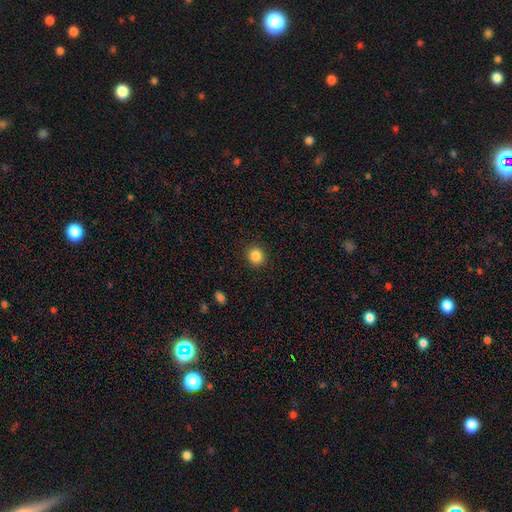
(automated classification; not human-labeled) A smooth galaxy with no disk features (86%) that is round (87%).

Vote fractions:
- Smooth or featured? smooth: 86% / star or artifact: 11% / featured or disk: 4%
- How rounded? round: 87% / in between: 12% / cigar-shaped: 1%
- Merging? none: 92% / minor disturbance: 5% / major disturbance: 2% / merger: 1%